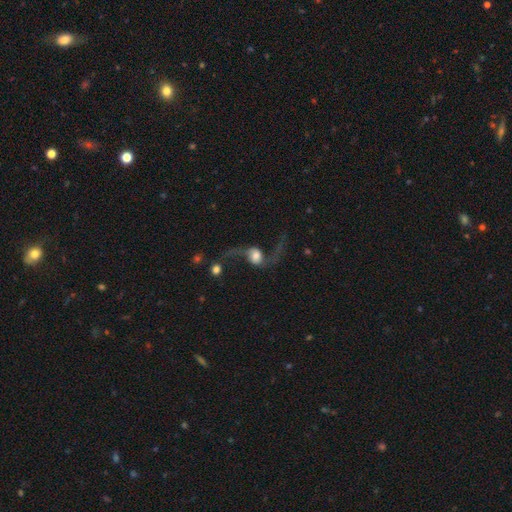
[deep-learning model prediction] Overall: featured or disk (75%). Edge-on disk: no (94%). Bar: no (56%; weak 31%). Spiral arms: yes (92%). Spiral arm count: 2 (92%). Spiral winding: loose (93%). Bulge size: large (37%; moderate 30%). Merging: none (49%; major disturbance 27%).